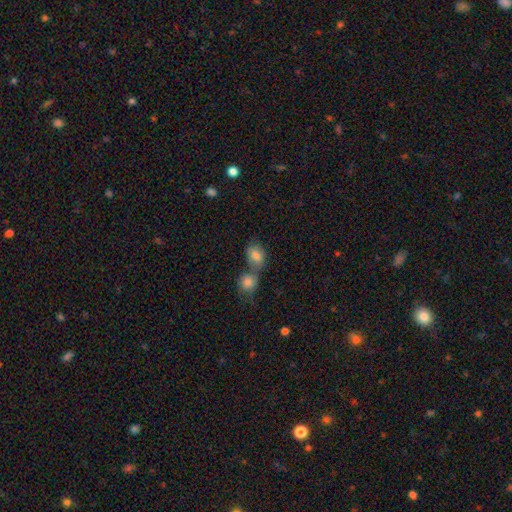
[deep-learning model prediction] This appears to be a smooth galaxy with no disk features (78%) that is in between round and cigar-shaped (61%). Merging: merger (53%).